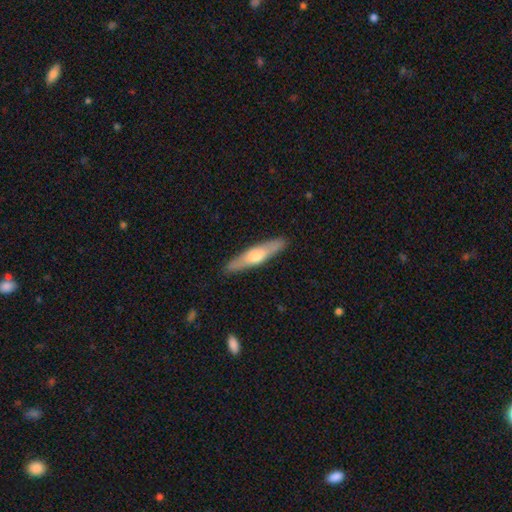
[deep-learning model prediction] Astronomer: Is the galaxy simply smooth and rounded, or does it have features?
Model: smooth — 49% (runner-up: featured or disk, 46%).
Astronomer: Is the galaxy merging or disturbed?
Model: none — 89%.